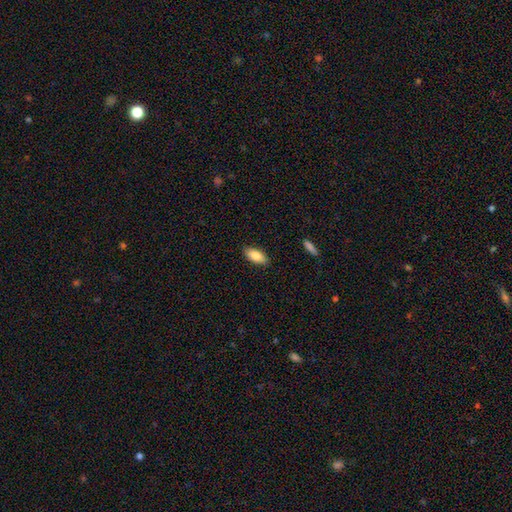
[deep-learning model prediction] Smooth or featured? Predicted: smooth (p=0.84). How rounded? Predicted: in between (p=0.87). Merging? Predicted: none (p=0.87).